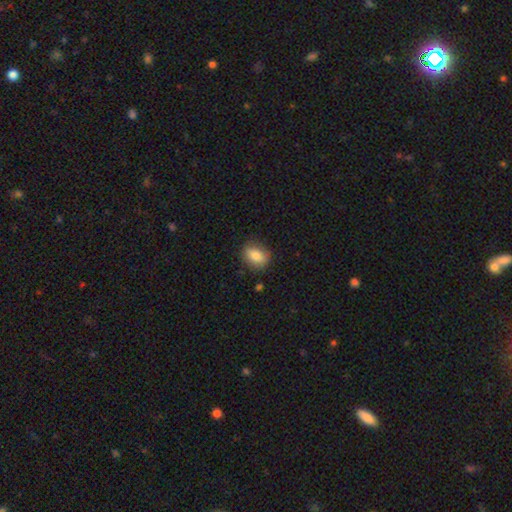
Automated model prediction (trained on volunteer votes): Smooth or featured: smooth — 82% (featured or disk — 10%)
How rounded: in between — 60% (round — 39%)
Merging: none — 83% (minor disturbance — 13%)